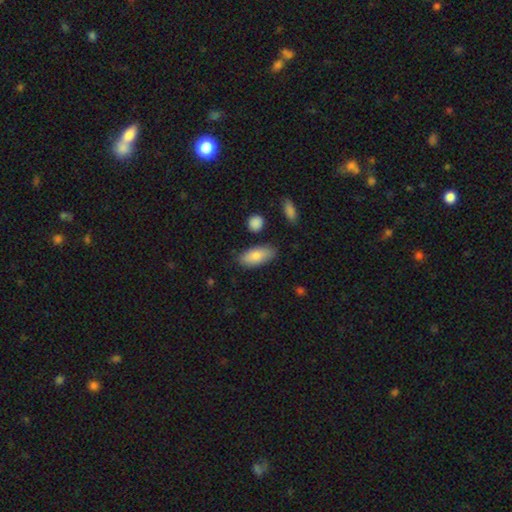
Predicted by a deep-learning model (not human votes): Smooth or featured?
  - smooth: 80% *
  - featured or disk: 14%
  - star or artifact: 6%
How rounded?
  - in between: 87% *
  - cigar-shaped: 11%
  - round: 3%
Merging?
  - none: 79% *
  - minor disturbance: 15%
  - major disturbance: 3%
  - merger: 3%